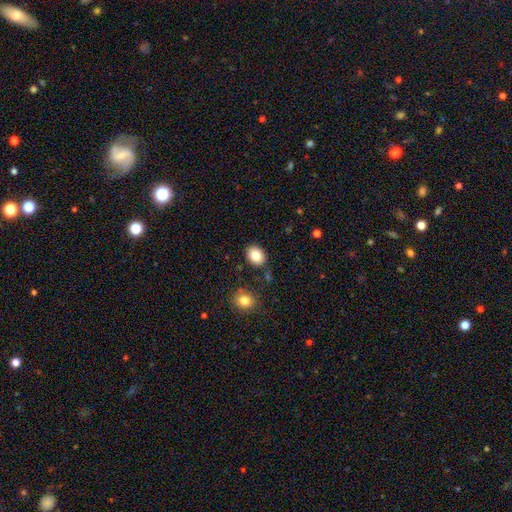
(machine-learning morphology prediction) Smooth or featured?
  - smooth: 84% *
  - star or artifact: 8%
  - featured or disk: 8%
How rounded?
  - in between: 67% *
  - round: 32%
  - cigar-shaped: 1%
Merging?
  - none: 85% *
  - minor disturbance: 9%
  - merger: 3%
  - major disturbance: 2%